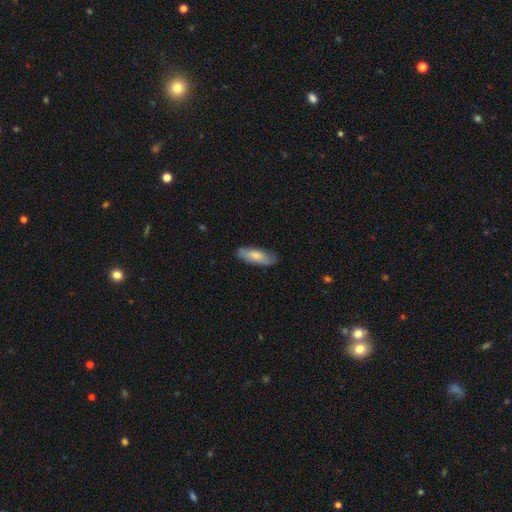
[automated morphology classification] smooth 67%, featured or disk 28%, star or artifact 6%. Down the decision tree: how rounded — in between (67%); merging — none (79%).